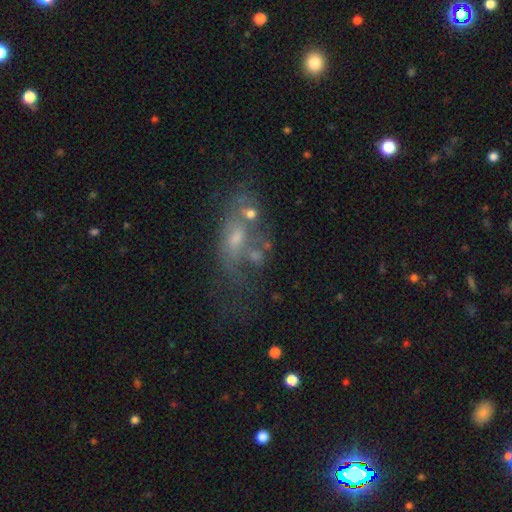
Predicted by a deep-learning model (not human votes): The model was most divided on "merging": none: 31%, major disturbance: 28%, merger: 21%, minor disturbance: 20%. Remaining: smooth or featured — featured or disk (44%).